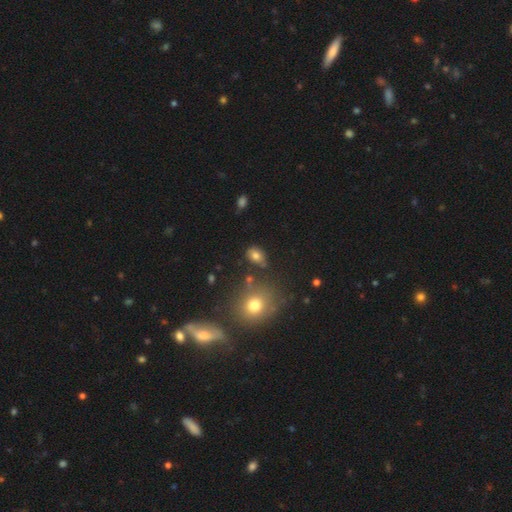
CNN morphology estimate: smooth_or_featured: smooth (p=0.75) [alt: star or artifact p=0.14]
how_rounded: in between (p=0.72) [alt: round p=0.26]
merging: none (p=0.75) [alt: minor disturbance p=0.15]